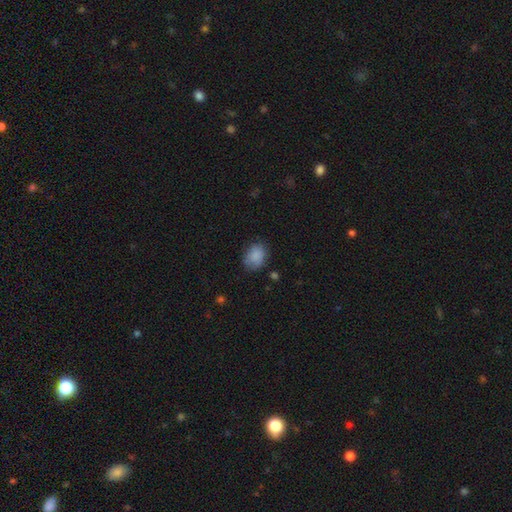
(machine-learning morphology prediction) This is clearly a smooth galaxy (86%). How rounded: likely in between (63%). Merging: likely none (74%).